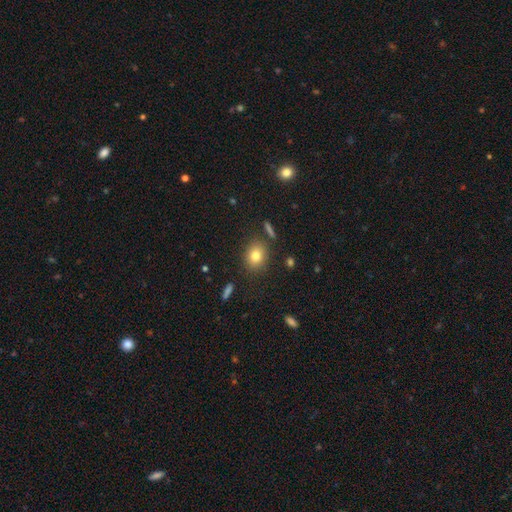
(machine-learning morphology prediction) This is likely a smooth galaxy (79%). How rounded: possibly round (50%). Merging: clearly none (83%).